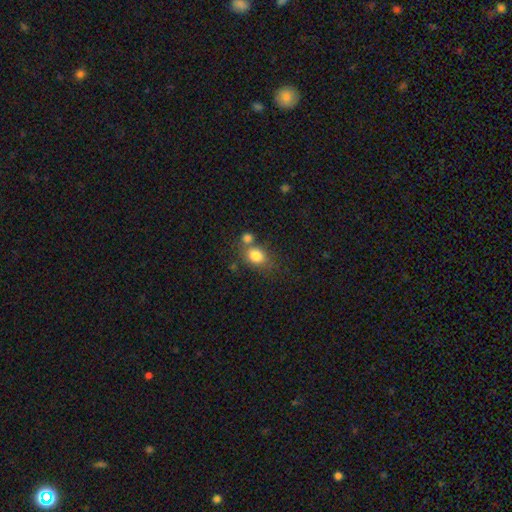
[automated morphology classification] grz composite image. It shows a smooth galaxy with no disk features (82%) that is in between round and cigar-shaped (51%). Merging: none (52%).